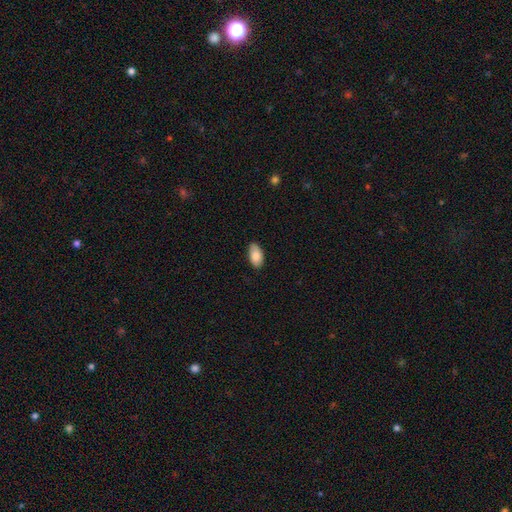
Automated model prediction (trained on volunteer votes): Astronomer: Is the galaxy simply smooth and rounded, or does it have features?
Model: smooth — 87%.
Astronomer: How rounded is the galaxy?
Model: in between — 95%.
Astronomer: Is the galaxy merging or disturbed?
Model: none — 81%.